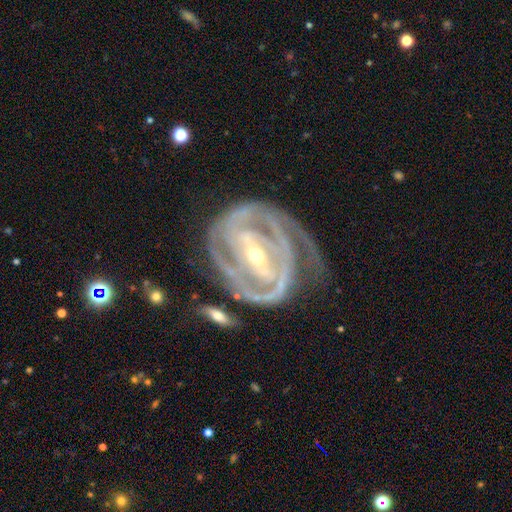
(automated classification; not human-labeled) A featured or disk galaxy (91%) with a strong bar (71%), 2 (60%) tight (70%) spiral arms (96%) and a small central bulge (60%).

Vote fractions:
- Smooth or featured? featured or disk: 91% / star or artifact: 5% / smooth: 4%
- Edge-on disk? no: 96% / yes: 4%
- Bar? strong: 71% / weak: 20% / no: 9%
- Spiral arms? yes: 96% / no: 4%
- Spiral winding? tight: 70% / medium: 25% / loose: 5%
- Spiral arm count? 2: 60% / 3: 14% / can't tell: 13% / 1: 5% / 4: 4% / more than 4: 3%
- Bulge size? small: 60% / moderate: 37% / large: 1% / none: 1% / dominant: 1%
- Merging? none: 60% / minor disturbance: 20% / major disturbance: 16% / merger: 4%